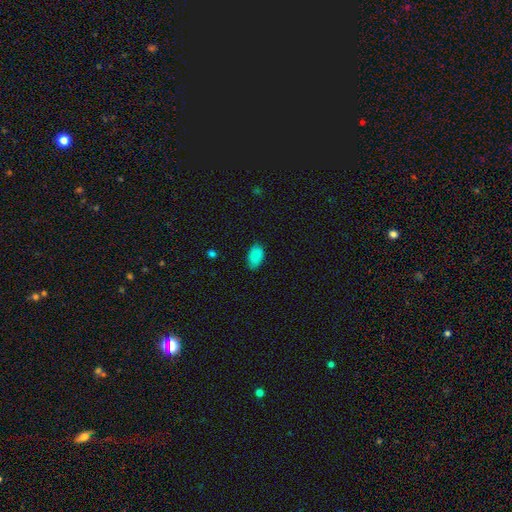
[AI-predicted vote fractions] Smooth or featured? Predicted: smooth (p=0.87). How rounded? Predicted: in between (p=0.92). Merging? Predicted: none (p=0.80).